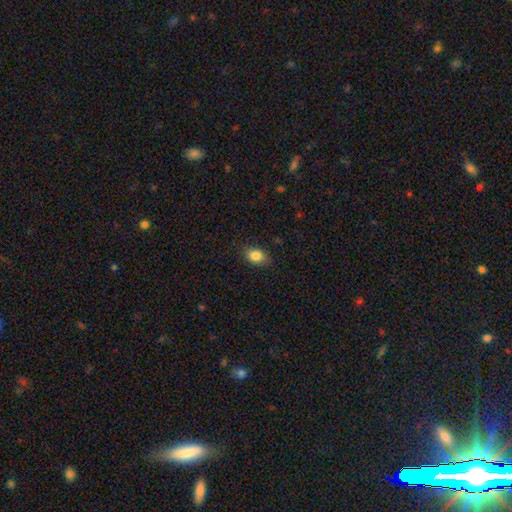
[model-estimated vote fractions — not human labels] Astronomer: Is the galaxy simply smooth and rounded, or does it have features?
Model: smooth — 85%.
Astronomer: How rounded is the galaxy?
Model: in between — 78%.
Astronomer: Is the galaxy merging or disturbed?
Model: none — 84%.